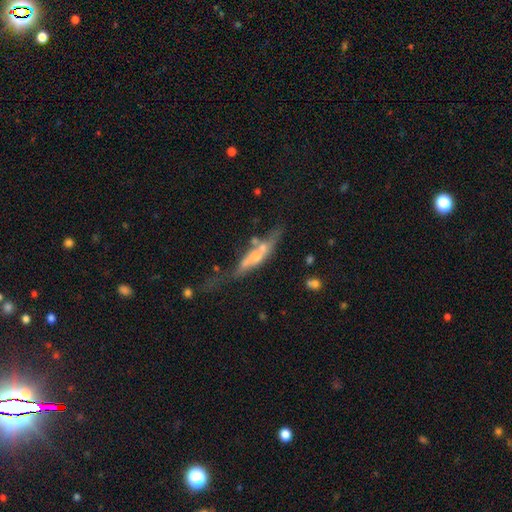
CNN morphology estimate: featured or disk 56%, smooth 36%, star or artifact 8%. Down the decision tree: edge-on disk — yes (70%); merging — none (34%).